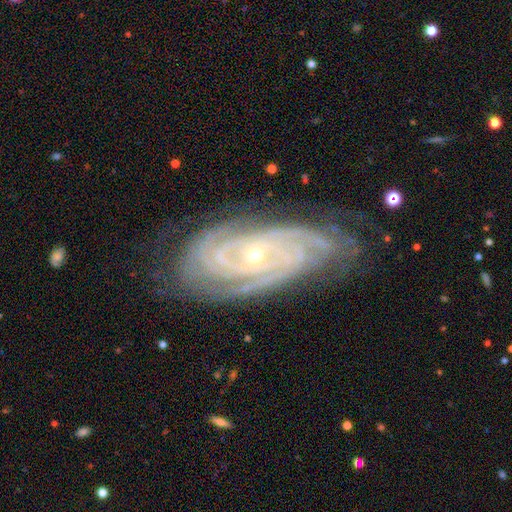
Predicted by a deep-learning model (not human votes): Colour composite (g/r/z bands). It shows a featured or disk galaxy (90%) with no bar (69%), 3 (26%) tight (79%) spiral arms (98%) and a small central bulge (81%). Merging: none (73%).